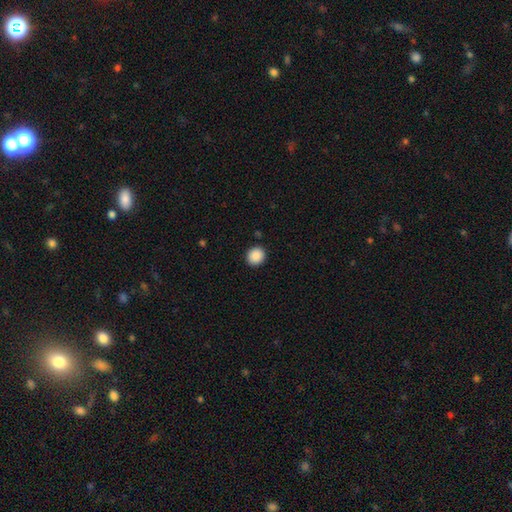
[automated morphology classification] This appears to be a smooth galaxy with no disk features (89%) that is round (87%). Merging: none (91%).